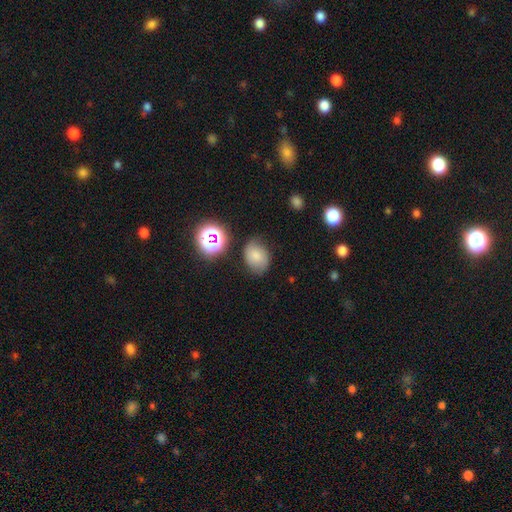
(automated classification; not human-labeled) Q: Smooth or featured?
A: smooth (69%); runner-up: star or artifact (16%)
Q: How rounded?
A: in between (63%); runner-up: round (36%)
Q: Merging?
A: none (69%); runner-up: minor disturbance (22%)